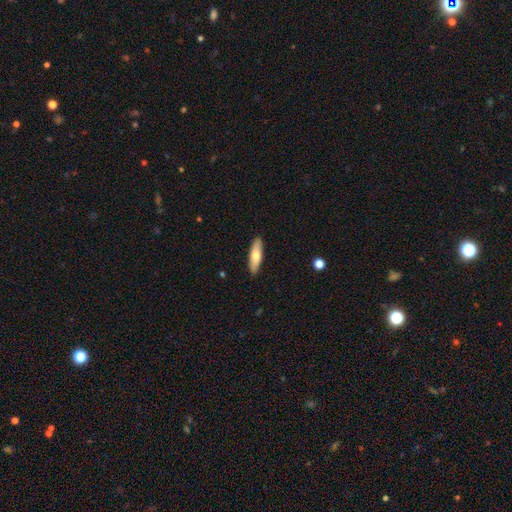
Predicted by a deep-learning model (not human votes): This appears to be a smooth galaxy with no disk features (68%) that is cigar-shaped (62%). Merging: none (90%).